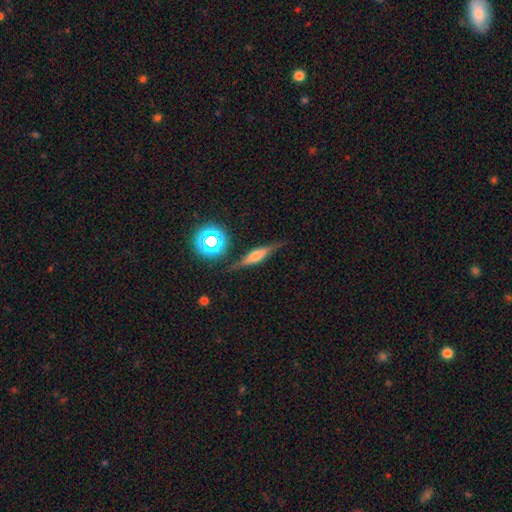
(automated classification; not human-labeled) A featured or disk galaxy (56%) viewed edge-on (93%) with a rounded central bulge (71%). Merging: none (81%).